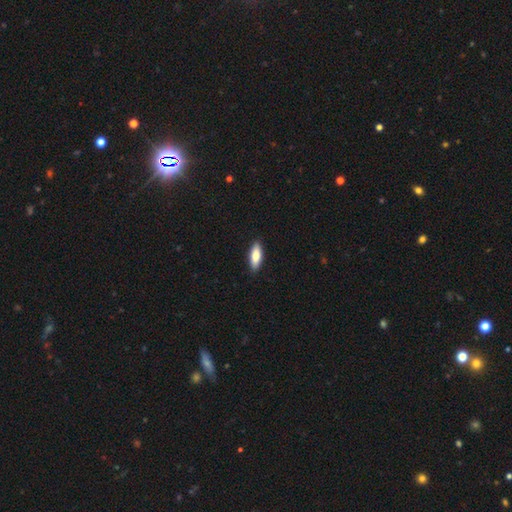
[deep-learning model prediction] Morphology: type=smooth (79%); roundness=in between (65%); merging=none (90%).